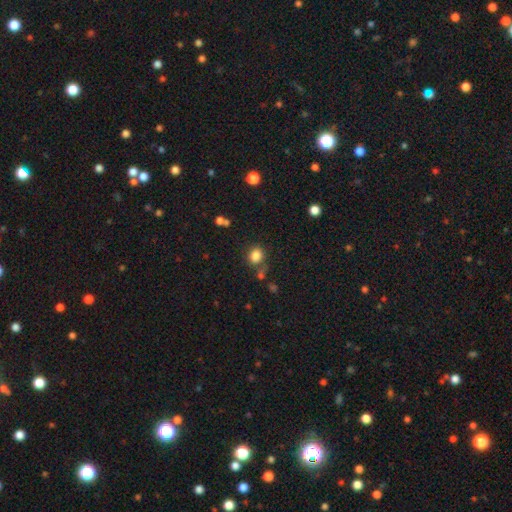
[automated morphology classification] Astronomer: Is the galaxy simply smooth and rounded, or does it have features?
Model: smooth — 83%.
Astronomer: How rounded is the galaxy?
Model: round — 67%.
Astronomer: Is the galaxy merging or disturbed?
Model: none — 71%.